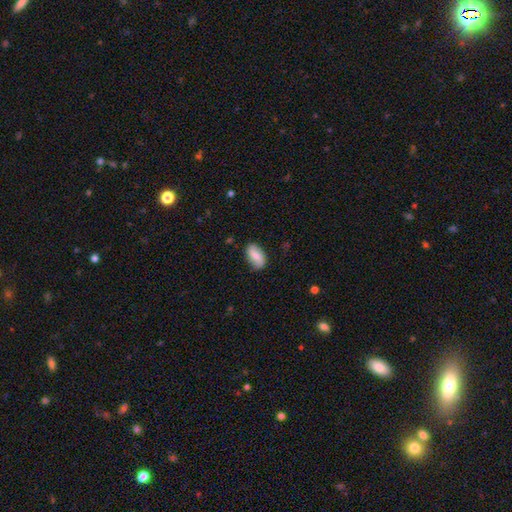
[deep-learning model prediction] Q: Smooth or featured?
A: smooth (68%); runner-up: featured or disk (26%)
Q: How rounded?
A: in between (92%); runner-up: round (4%)
Q: Merging?
A: none (81%); runner-up: minor disturbance (15%)